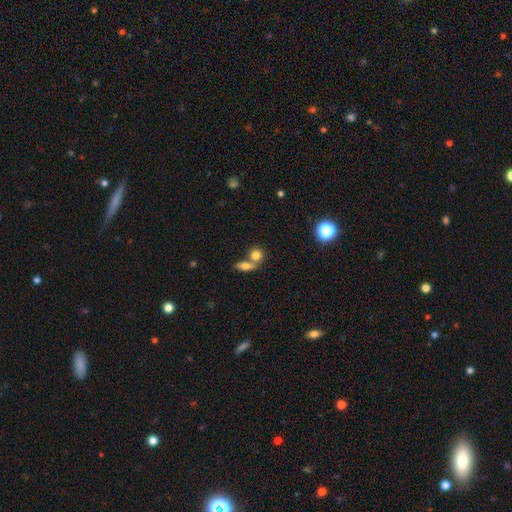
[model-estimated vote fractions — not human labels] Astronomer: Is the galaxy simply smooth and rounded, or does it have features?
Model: smooth — 79%.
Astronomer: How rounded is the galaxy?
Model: round — 66%.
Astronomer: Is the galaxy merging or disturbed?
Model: none — 45% (runner-up: merger, 44%).